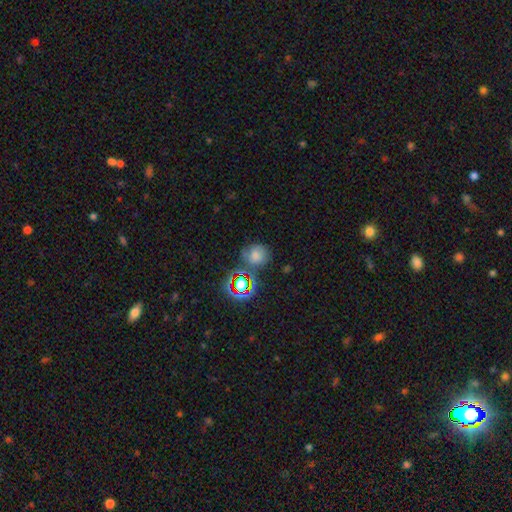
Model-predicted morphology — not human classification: A smooth galaxy with no disk features (57%) that is round (79%). Merging: none (56%).